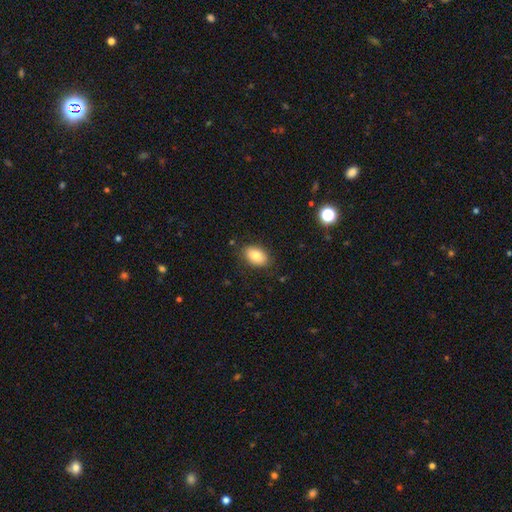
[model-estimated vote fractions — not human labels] This is clearly a smooth galaxy (84%). How rounded: clearly in between (90%). Merging: clearly none (84%).